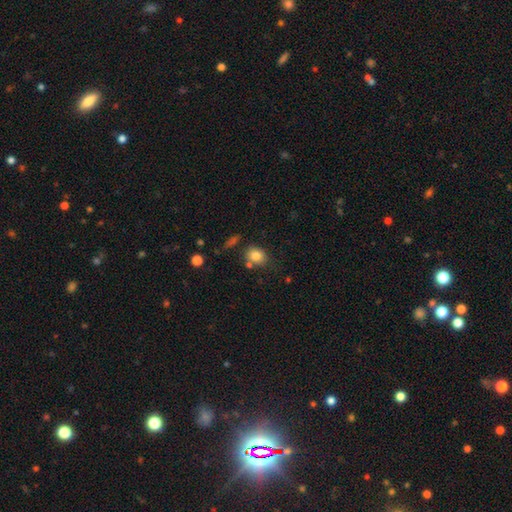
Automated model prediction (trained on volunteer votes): Morphology: type=smooth (82%); roundness=round (58%); merging=none (68%).